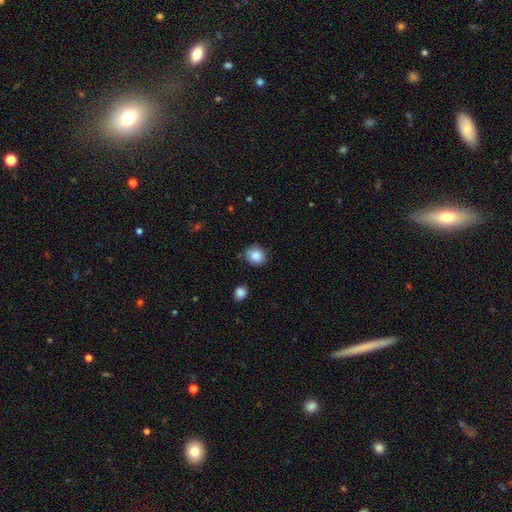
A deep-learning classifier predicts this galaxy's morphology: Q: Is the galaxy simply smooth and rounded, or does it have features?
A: smooth — 87%.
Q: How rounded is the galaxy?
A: round — 84%.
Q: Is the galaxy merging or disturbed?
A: none — 82%.